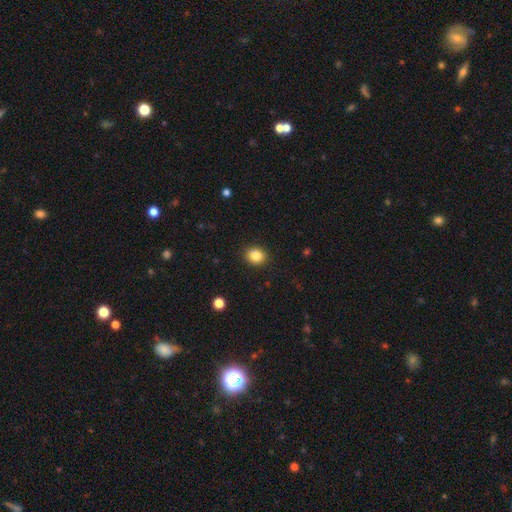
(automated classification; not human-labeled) Smooth or featured?
  - smooth: 85% *
  - star or artifact: 10%
  - featured or disk: 5%
How rounded?
  - round: 66% *
  - in between: 33%
  - cigar-shaped: 1%
Merging?
  - none: 90% *
  - minor disturbance: 7%
  - major disturbance: 2%
  - merger: 1%